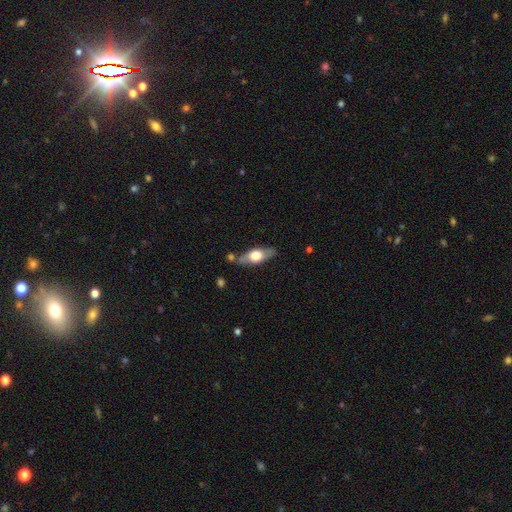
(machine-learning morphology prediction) The model was most divided on "smooth or featured": featured or disk: 50%, smooth: 45%, star or artifact: 6%. More confident: merging — none (73%).